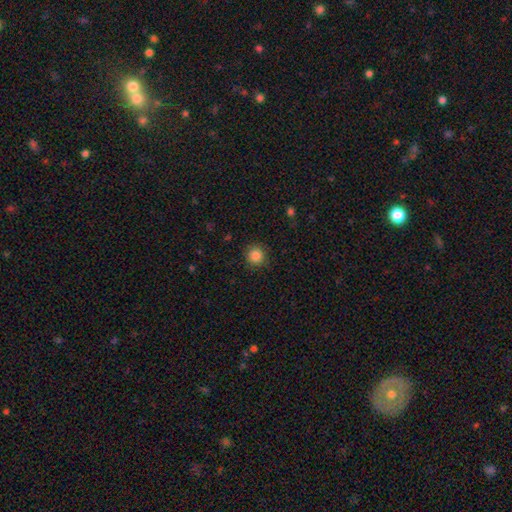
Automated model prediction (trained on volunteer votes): A smooth galaxy with no disk features (85%) that is round (94%).

Vote fractions:
- Smooth or featured? smooth: 85% / star or artifact: 10% / featured or disk: 4%
- How rounded? round: 94% / in between: 5% / cigar-shaped: 1%
- Merging? none: 90% / minor disturbance: 7% / major disturbance: 2% / merger: 1%